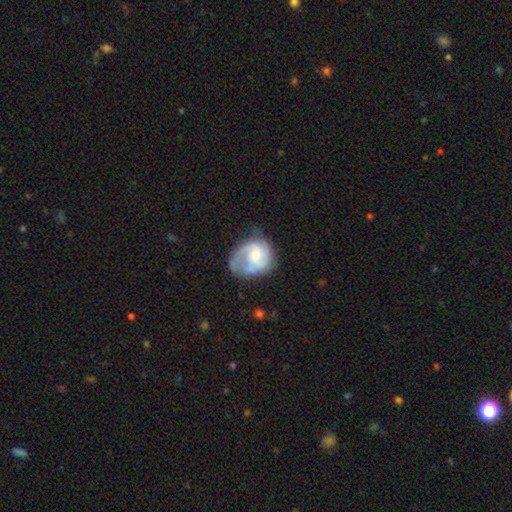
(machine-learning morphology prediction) The model was most divided on "bulge size": moderate: 48%, small: 39%, large: 7%, none: 5%, dominant: 1%. Remaining: edge-on disk — no (98%); spiral arms — yes (77%); bar — no (67%); smooth or featured — featured or disk (58%); merging — none (41%).